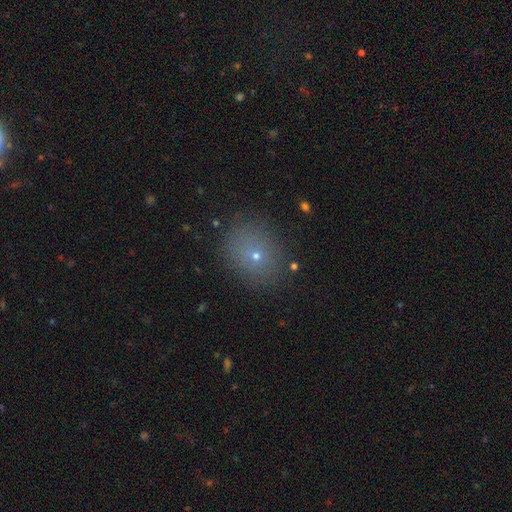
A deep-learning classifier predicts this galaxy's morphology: A smooth galaxy with no disk features (64%) that is round (62%).

Vote fractions:
- Smooth or featured? smooth: 64% / star or artifact: 21% / featured or disk: 14%
- How rounded? round: 62% / in between: 36% / cigar-shaped: 1%
- Merging? none: 82% / minor disturbance: 11% / major disturbance: 4% / merger: 2%